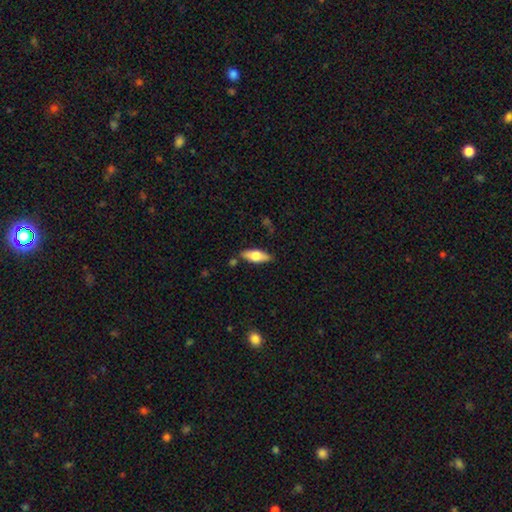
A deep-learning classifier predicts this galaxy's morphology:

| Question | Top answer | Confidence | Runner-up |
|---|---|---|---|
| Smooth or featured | smooth | 64% | featured or disk (30%) |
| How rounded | in between | 69% | cigar-shaped (29%) |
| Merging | none | 82% | minor disturbance (12%) |